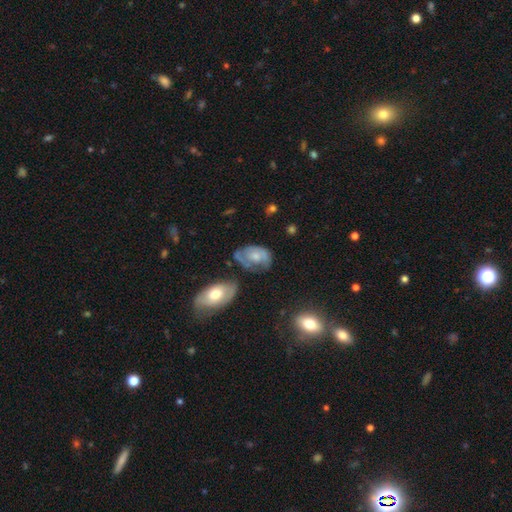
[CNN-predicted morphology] Smooth or featured: featured or disk — 55% (smooth — 37%)
Edge-on disk: no — 96% (yes — 4%)
Bar: no — 76% (weak — 21%)
Spiral arms: yes — 68% (no — 32%)
Bulge size: moderate — 40% (small — 36%)
Merging: none — 47% (minor disturbance — 28%)